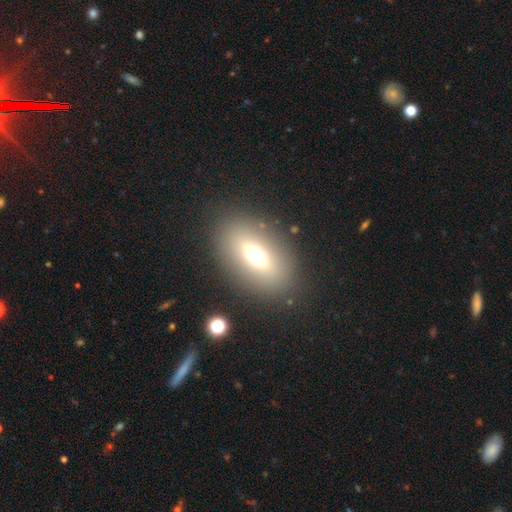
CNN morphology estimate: A smooth galaxy with no disk features (62%) that is in between round and cigar-shaped (80%).

Vote fractions:
- Smooth or featured? smooth: 62% / featured or disk: 23% / star or artifact: 15%
- How rounded? in between: 80% / round: 15% / cigar-shaped: 5%
- Merging? none: 84% / minor disturbance: 8% / major disturbance: 5% / merger: 2%